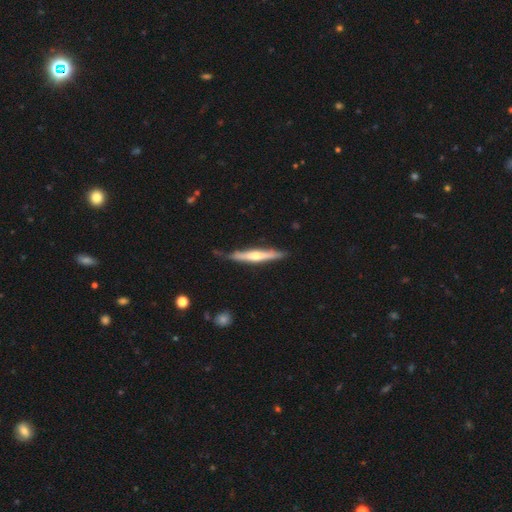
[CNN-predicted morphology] A featured or disk galaxy (61%) viewed edge-on (94%) with a rounded central bulge (79%).

Vote fractions:
- Smooth or featured? featured or disk: 61% / smooth: 34% / star or artifact: 5%
- Edge-on disk? yes: 94% / no: 6%
- Edge-on bulge? rounded: 79% / none: 16% / boxy: 6%
- Merging? none: 79% / minor disturbance: 16% / major disturbance: 3% / merger: 2%